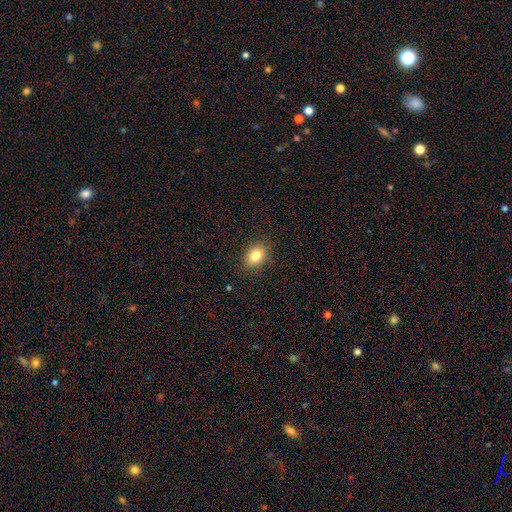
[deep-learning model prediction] This appears to be a smooth galaxy with no disk features (83%) that is in between round and cigar-shaped (68%). Merging: none (87%).